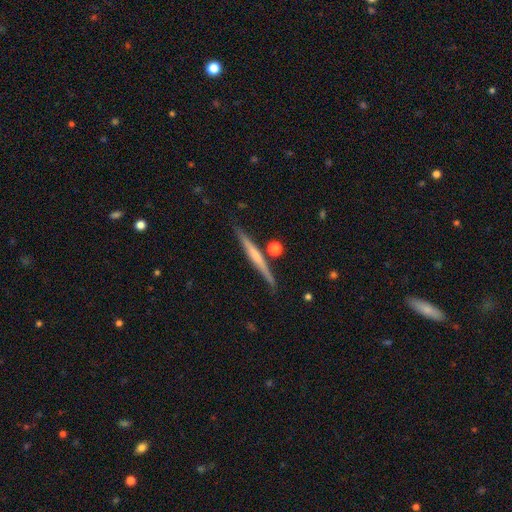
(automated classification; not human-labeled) Smooth or featured? Predicted: featured or disk (p=0.55). Edge-on disk? Predicted: yes (p=0.97). Edge-on bulge? Predicted: none (p=0.61). Merging? Predicted: none (p=0.83).